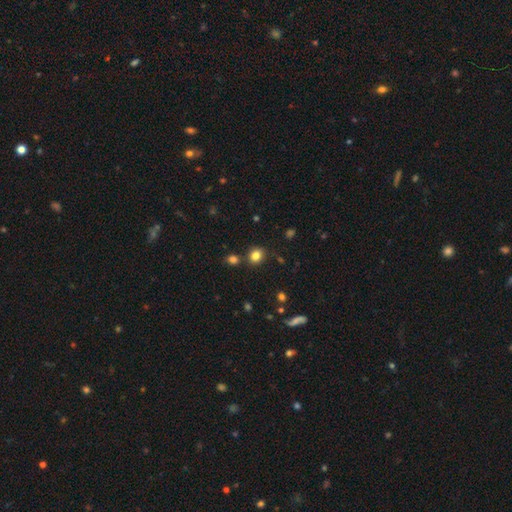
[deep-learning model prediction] smooth_or_featured: smooth (p=0.82) [alt: star or artifact p=0.12]
how_rounded: round (p=0.66) [alt: in between p=0.33]
merging: none (p=0.80) [alt: minor disturbance p=0.10]